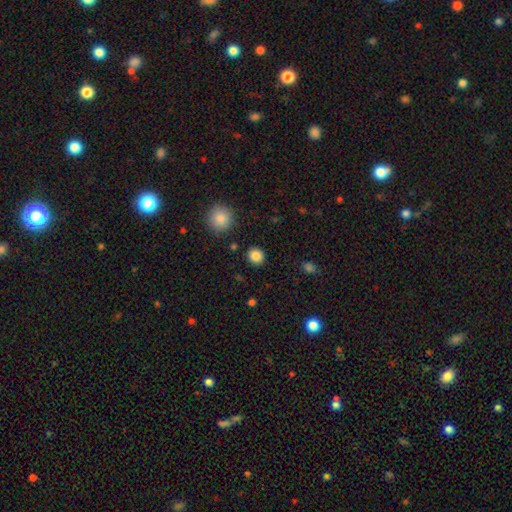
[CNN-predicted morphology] A smooth galaxy with no disk features (85%) that is round (83%). Merging: none (90%).